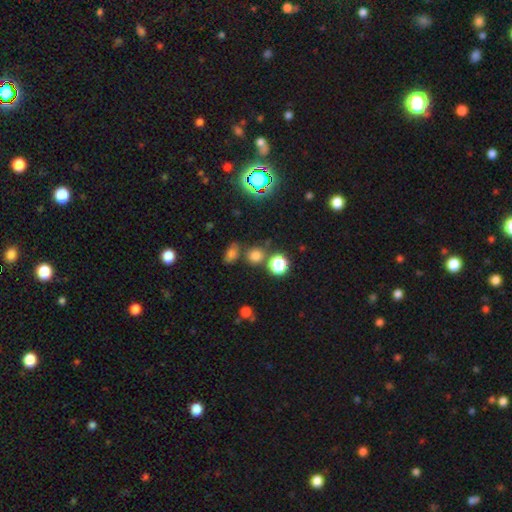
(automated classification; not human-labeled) Morphology: type=smooth (67%); roundness=round (84%); merging=none (73%).